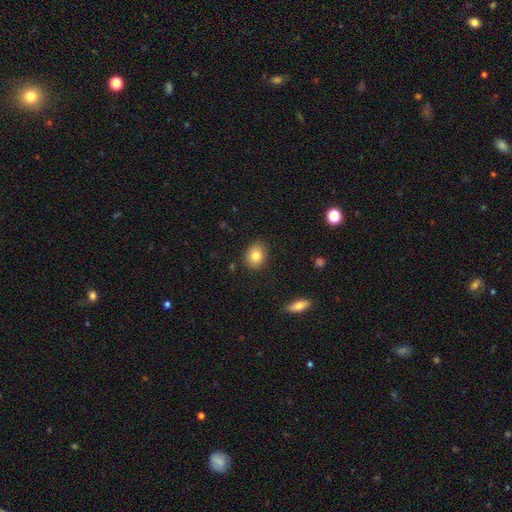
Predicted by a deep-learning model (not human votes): A smooth galaxy with no disk features (82%) that is in between round and cigar-shaped (53%). Merging: none (86%).